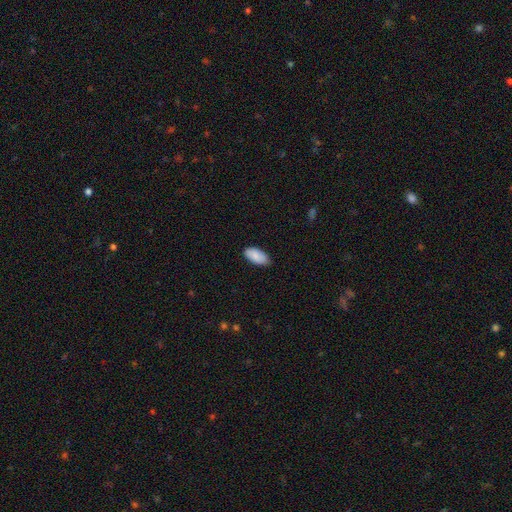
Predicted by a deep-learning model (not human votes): Morphology: type=smooth (88%); roundness=in between (94%); merging=none (84%).